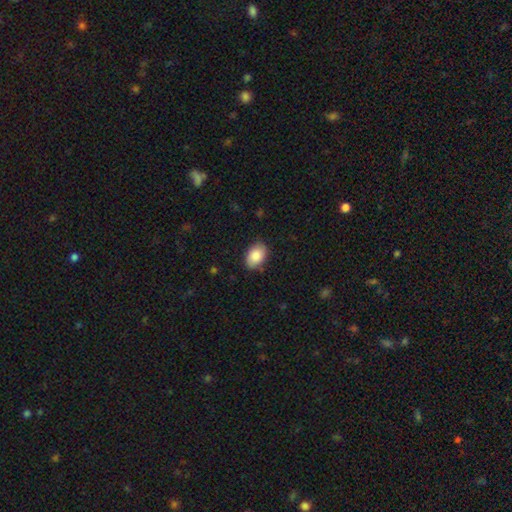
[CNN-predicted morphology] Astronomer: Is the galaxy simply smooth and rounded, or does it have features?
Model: smooth — 87%.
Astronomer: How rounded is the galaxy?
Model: in between — 85%.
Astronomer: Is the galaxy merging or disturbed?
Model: none — 81%.